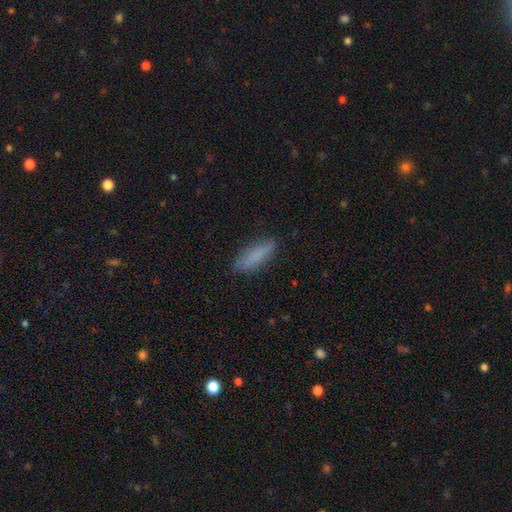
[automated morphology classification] A smooth galaxy with no disk features (82%) that is cigar-shaped (59%). Merging: none (83%).